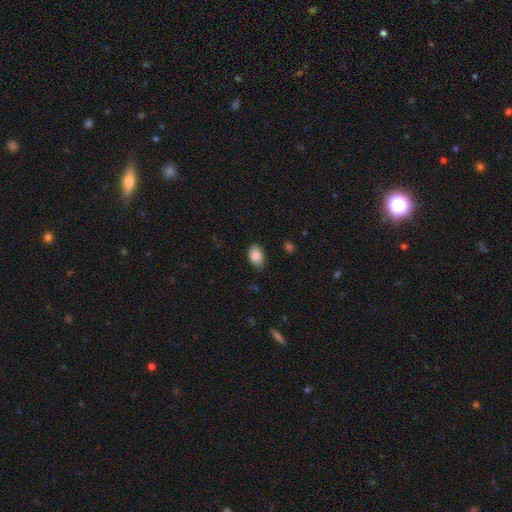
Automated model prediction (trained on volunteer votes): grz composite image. It shows a smooth galaxy with no disk features (88%) that is in between round and cigar-shaped (88%). Merging: none (81%).